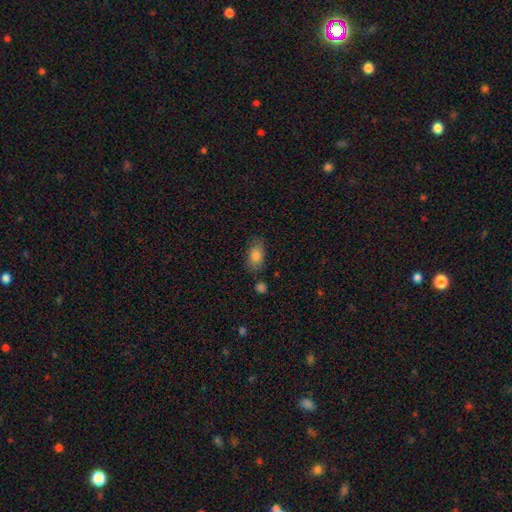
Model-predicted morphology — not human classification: This is clearly a smooth galaxy (82%). How rounded: clearly in between (88%). Merging: likely none (75%).